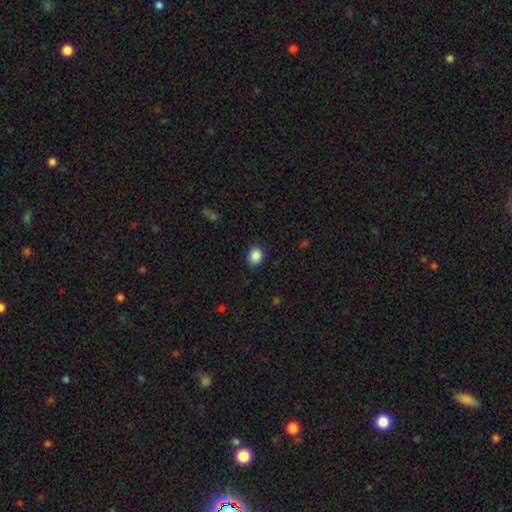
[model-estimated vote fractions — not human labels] smooth 88%, star or artifact 9%, featured or disk 3%. Down the decision tree: how rounded — round (58%); merging — none (84%).